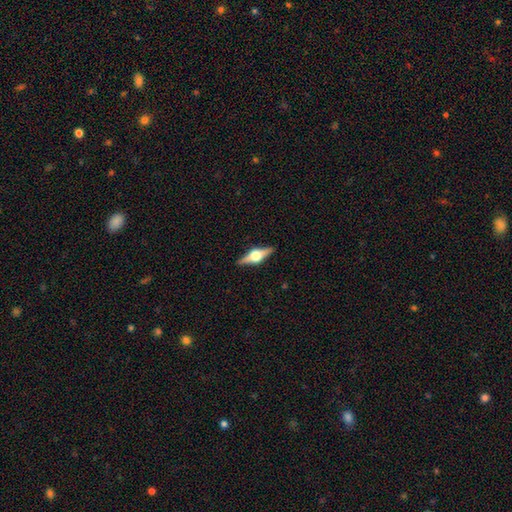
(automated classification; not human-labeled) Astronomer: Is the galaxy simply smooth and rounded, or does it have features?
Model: featured or disk — 82%.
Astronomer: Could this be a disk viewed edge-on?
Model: yes — 98%.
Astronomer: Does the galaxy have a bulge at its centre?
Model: rounded — 94%.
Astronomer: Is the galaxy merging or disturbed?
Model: none — 90%.